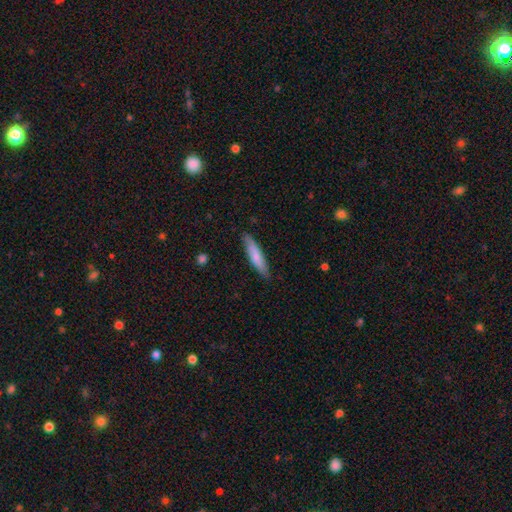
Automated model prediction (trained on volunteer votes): This appears to be a smooth galaxy with no disk features (76%) that is cigar-shaped (83%). Merging: none (86%).